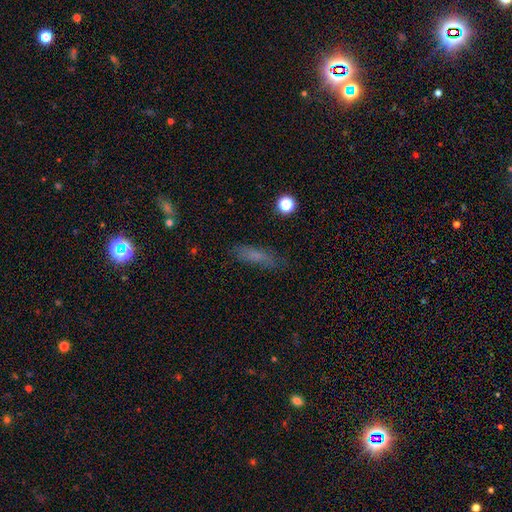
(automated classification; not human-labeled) Smooth or featured: smooth — 67% (featured or disk — 19%)
How rounded: cigar-shaped — 64% (in between — 32%)
Merging: none — 76% (minor disturbance — 17%)